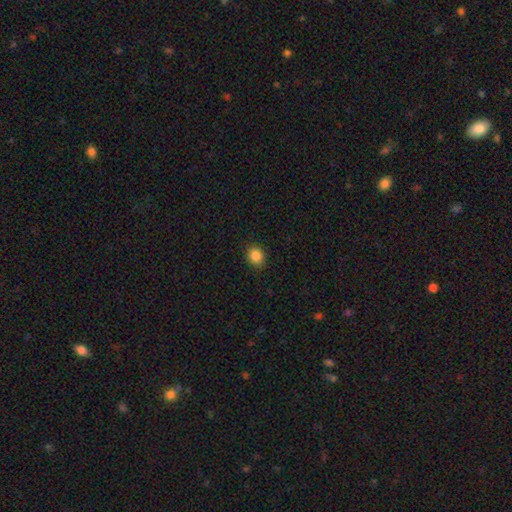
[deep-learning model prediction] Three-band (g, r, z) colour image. It shows a smooth galaxy with no disk features (86%) that is round (71%). Merging: none (91%).